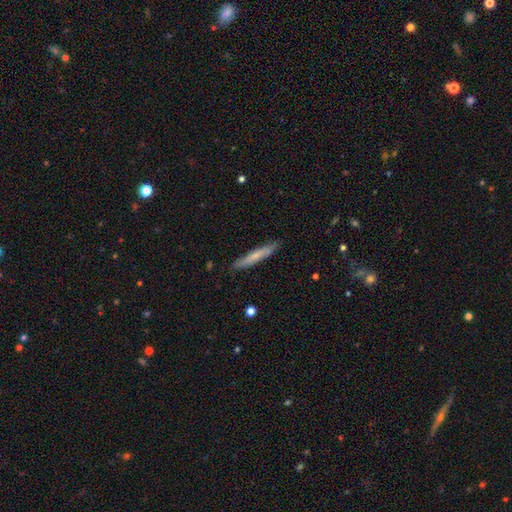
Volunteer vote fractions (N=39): Smooth or featured? 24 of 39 (62%) said smooth. How rounded? 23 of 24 (96%) said cigar-shaped. Merging? 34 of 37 (92%) said none.